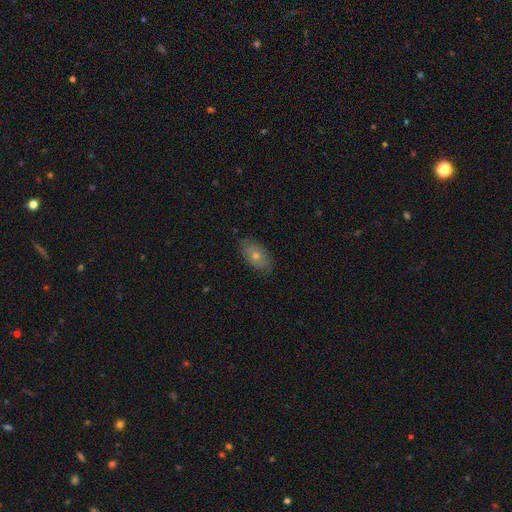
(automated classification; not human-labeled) Smooth or featured?
  - smooth: 54% *
  - featured or disk: 35%
  - star or artifact: 11%
How rounded?
  - in between: 89% *
  - round: 8%
  - cigar-shaped: 3%
Merging?
  - none: 83% *
  - minor disturbance: 13%
  - major disturbance: 3%
  - merger: 1%